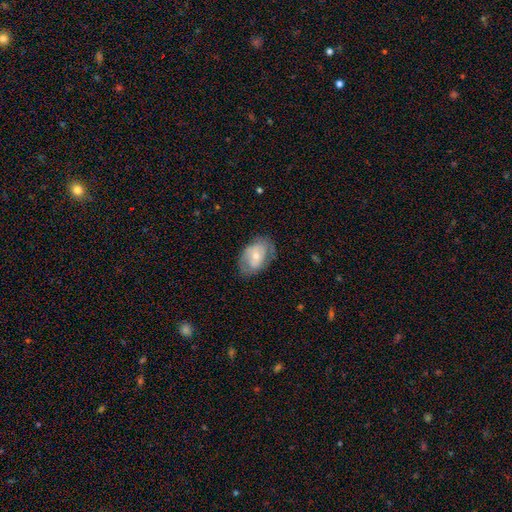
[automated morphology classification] Smooth or featured? Predicted: smooth (p=0.47). Merging? Predicted: none (p=0.69).